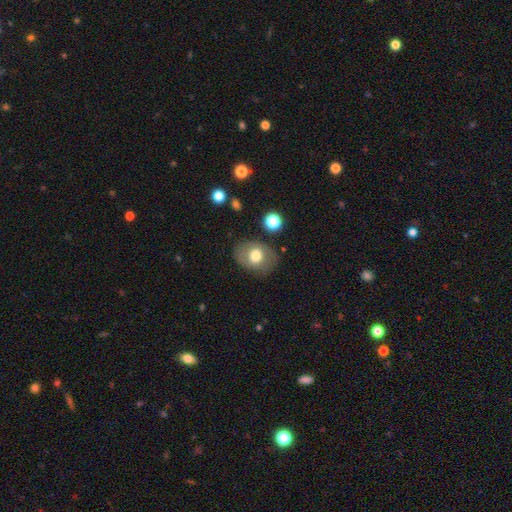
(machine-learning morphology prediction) smooth-or-featured: smooth: 65% | featured or disk: 27% | star or artifact: 9%
  how-rounded: in between: 60% | round: 39% | cigar-shaped: 1%
  merging: none: 74% | minor disturbance: 17% | major disturbance: 7% | merger: 3%